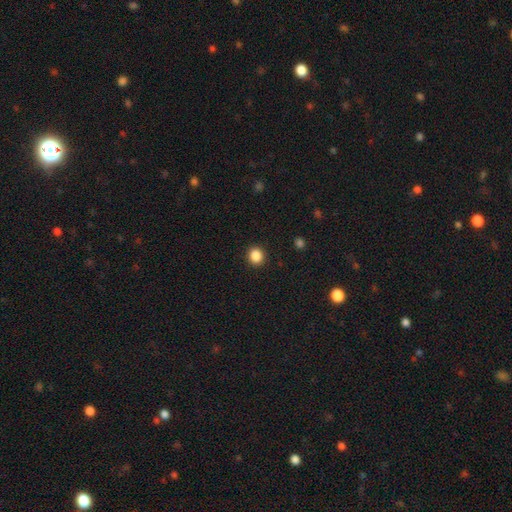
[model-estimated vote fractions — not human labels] Smooth or featured?
  - smooth: 86% *
  - star or artifact: 11%
  - featured or disk: 3%
How rounded?
  - round: 85% *
  - in between: 14%
  - cigar-shaped: 1%
Merging?
  - none: 92% *
  - minor disturbance: 5%
  - major disturbance: 2%
  - merger: 1%